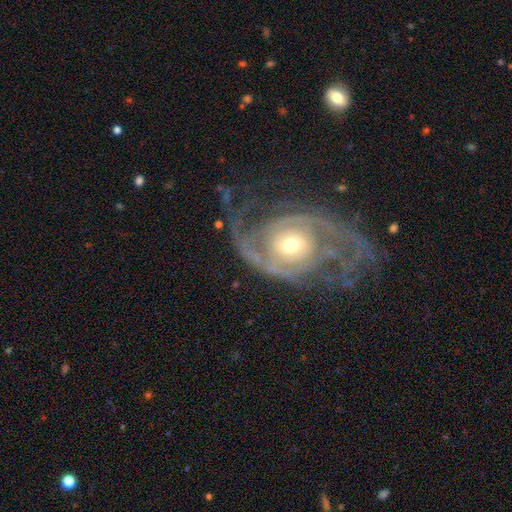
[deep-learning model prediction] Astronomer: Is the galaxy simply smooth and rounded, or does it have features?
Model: featured or disk — 90%.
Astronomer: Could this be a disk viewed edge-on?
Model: no — 97%.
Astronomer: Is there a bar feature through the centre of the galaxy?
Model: no — 62%.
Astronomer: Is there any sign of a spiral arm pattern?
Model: yes — 97%.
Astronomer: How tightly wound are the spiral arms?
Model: medium — 48% (runner-up: tight, 37%).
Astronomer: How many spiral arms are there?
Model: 2 — 77%.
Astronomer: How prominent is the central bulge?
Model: moderate — 63%.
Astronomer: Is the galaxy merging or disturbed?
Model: none — 70%.